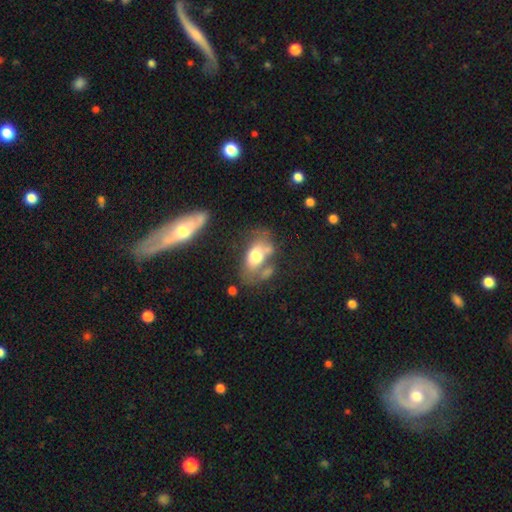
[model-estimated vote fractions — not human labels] Smooth or featured?
  - smooth: 63% *
  - featured or disk: 29%
  - star or artifact: 8%
How rounded?
  - in between: 87% *
  - round: 9%
  - cigar-shaped: 3%
Merging?
  - none: 36% *
  - merger: 24%
  - minor disturbance: 22%
  - major disturbance: 18%